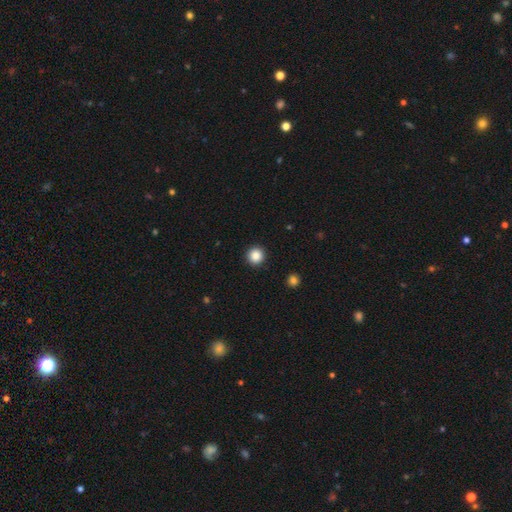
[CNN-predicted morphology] type=smooth (86%); roundness=round (96%); merging=none (93%).